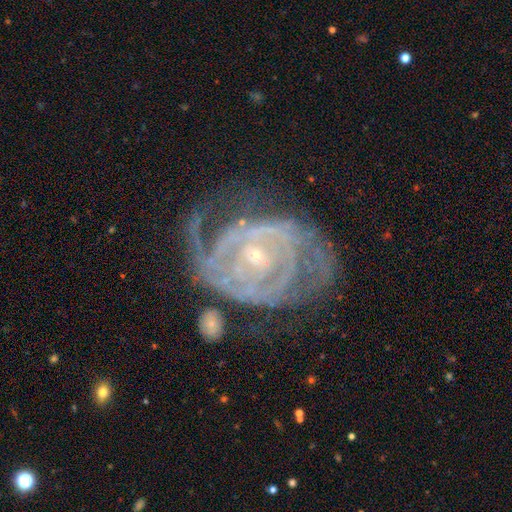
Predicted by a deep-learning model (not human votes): smooth_or_featured: featured or disk (p=0.89) [alt: star or artifact p=0.06]
disk_edge_on: no (p=0.97) [alt: yes p=0.03]
bar: no (p=0.59) [alt: weak p=0.29]
has_spiral_arms: yes (p=0.95) [alt: no p=0.05]
spiral_winding: tight (p=0.68) [alt: medium p=0.26]
spiral_arm_count: can't tell (p=0.29) [alt: 2 p=0.25]
bulge_size: small (p=0.84) [alt: moderate p=0.12]
merging: none (p=0.49) [alt: minor disturbance p=0.25]